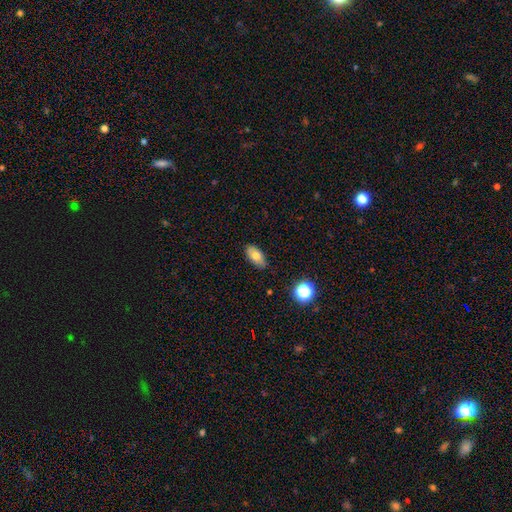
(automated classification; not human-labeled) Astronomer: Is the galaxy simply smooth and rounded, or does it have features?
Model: smooth — 70%.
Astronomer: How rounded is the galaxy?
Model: in between — 89%.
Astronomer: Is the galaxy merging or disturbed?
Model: none — 85%.